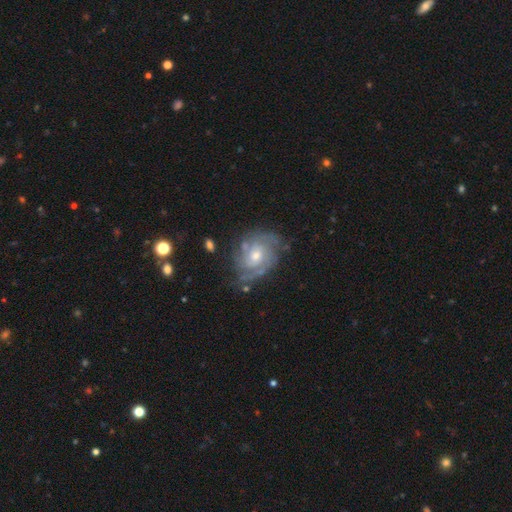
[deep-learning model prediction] Overall: featured or disk (84%). Edge-on disk: no (97%). Bar: no (67%; weak 29%). Spiral arms: yes (94%). Spiral arm count: can't tell (32%; 2 25%). Spiral winding: tight (58%; medium 33%). Bulge size: moderate (53%; small 43%). Merging: none (69%).